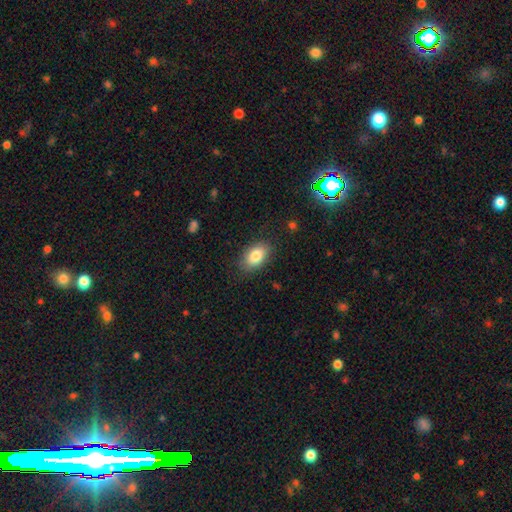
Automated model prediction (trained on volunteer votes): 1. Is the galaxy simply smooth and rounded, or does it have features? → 84% smooth, 9% featured or disk, 7% star or artifact.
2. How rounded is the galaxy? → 90% in between, 8% round, 2% cigar-shaped.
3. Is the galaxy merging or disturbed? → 84% none, 12% minor disturbance, 3% major disturbance, 1% merger.